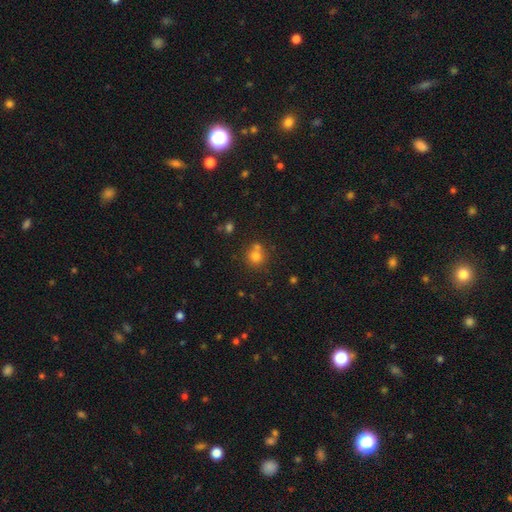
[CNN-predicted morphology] This appears to be a smooth galaxy with no disk features (76%) that is round (89%). Merging: none (59%).